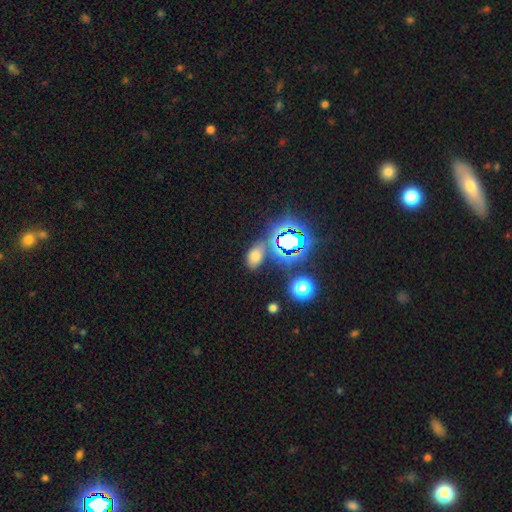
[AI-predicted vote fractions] Morphology: type=smooth (55%); roundness=in between (85%); merging=none (59%).